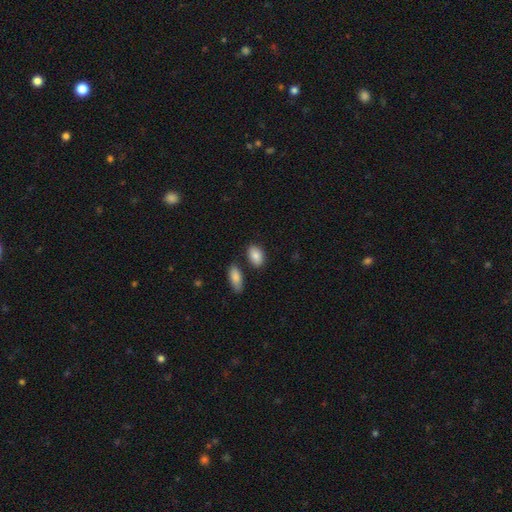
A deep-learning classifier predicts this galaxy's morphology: Q: Smooth or featured?
A: smooth (86%); runner-up: featured or disk (8%)
Q: How rounded?
A: in between (89%); runner-up: round (10%)
Q: Merging?
A: none (77%); runner-up: minor disturbance (11%)